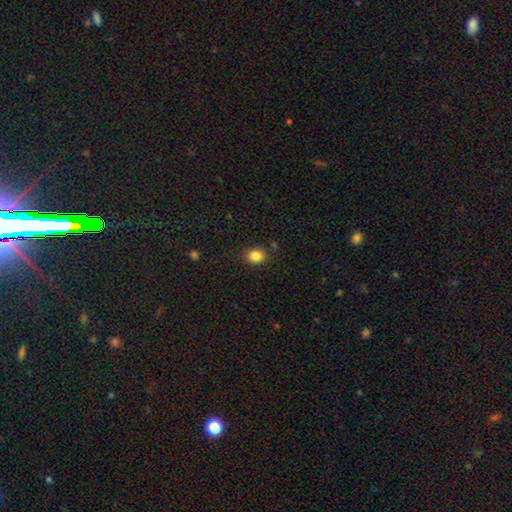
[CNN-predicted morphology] A smooth galaxy with no disk features (85%) that is round (59%).

Vote fractions:
- Smooth or featured? smooth: 85% / star or artifact: 10% / featured or disk: 5%
- How rounded? round: 59% / in between: 40% / cigar-shaped: 1%
- Merging? none: 86% / minor disturbance: 9% / major disturbance: 3% / merger: 2%